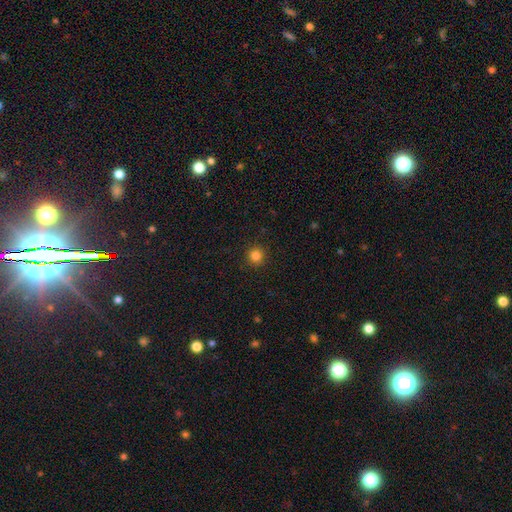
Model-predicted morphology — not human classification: smooth_or_featured: smooth (p=0.83) [alt: star or artifact p=0.12]
how_rounded: round (p=0.95) [alt: in between p=0.04]
merging: none (p=0.92) [alt: minor disturbance p=0.05]